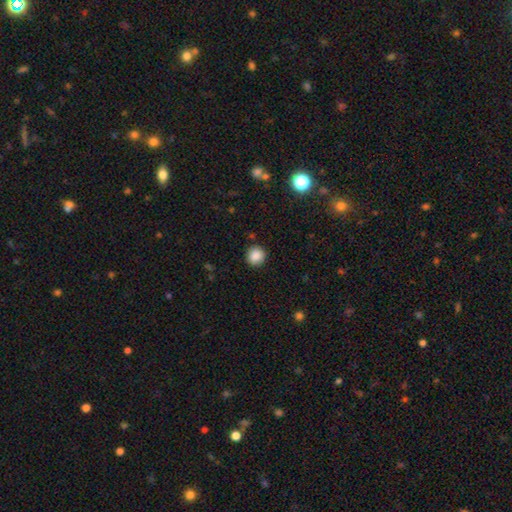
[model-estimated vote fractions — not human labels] A smooth galaxy with no disk features (87%) that is round (89%).

Vote fractions:
- Smooth or featured? smooth: 87% / star or artifact: 10% / featured or disk: 3%
- How rounded? round: 89% / in between: 10% / cigar-shaped: 1%
- Merging? none: 88% / minor disturbance: 8% / major disturbance: 2% / merger: 1%